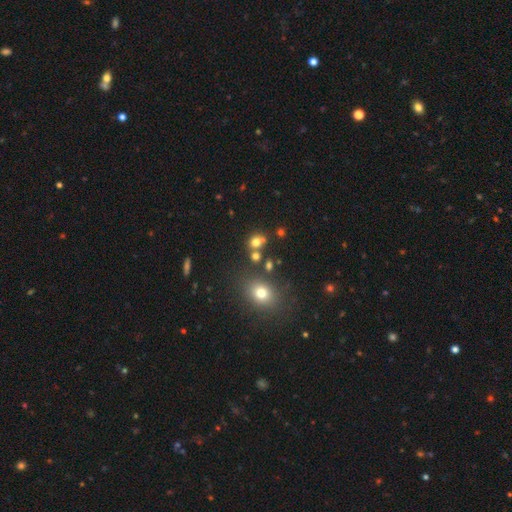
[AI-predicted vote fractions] Overall: smooth (68%). How rounded: round (71%). Merging: none (62%; merger 24%).